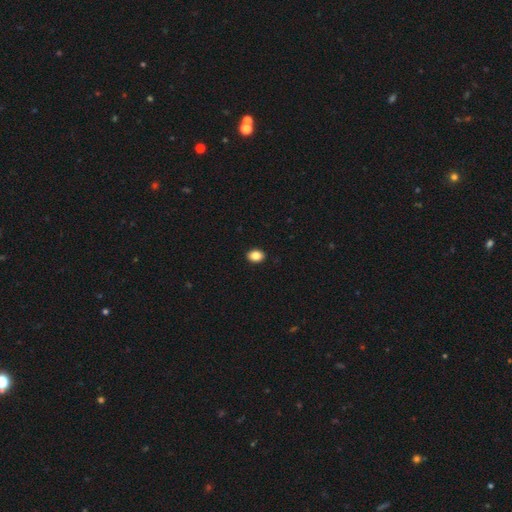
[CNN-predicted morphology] type=smooth (86%); roundness=in between (67%); merging=none (92%).